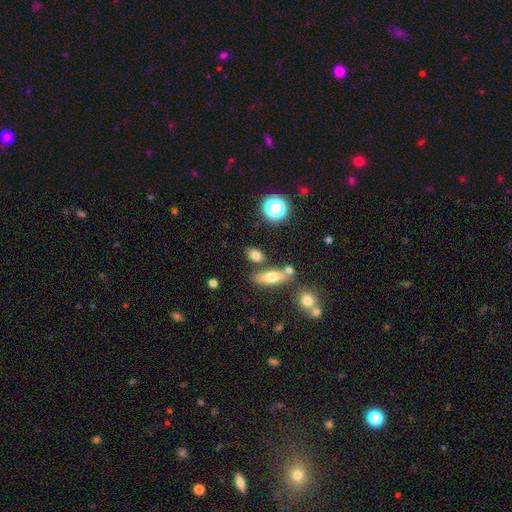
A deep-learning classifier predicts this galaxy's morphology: smooth-or-featured: smooth: 74% | featured or disk: 13% | star or artifact: 13%
  how-rounded: in between: 71% | round: 19% | cigar-shaped: 10%
  merging: none: 73% | merger: 12% | minor disturbance: 11% | major disturbance: 4%